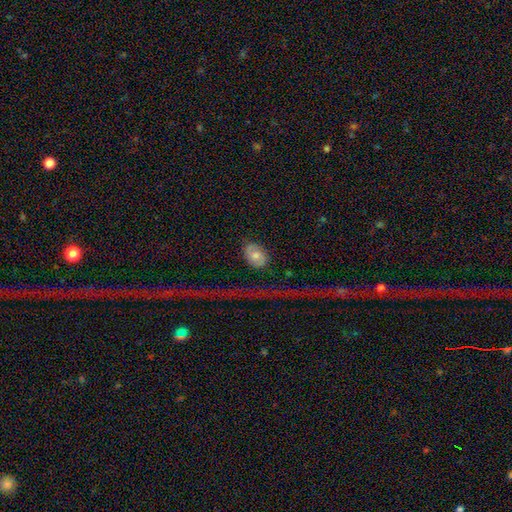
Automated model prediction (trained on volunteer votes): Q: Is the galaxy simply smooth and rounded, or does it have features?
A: smooth — 65%.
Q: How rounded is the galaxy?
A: in between — 69%.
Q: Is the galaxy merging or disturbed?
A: none — 75%.